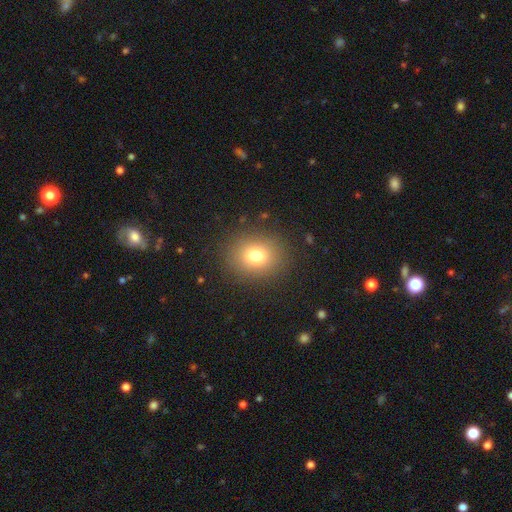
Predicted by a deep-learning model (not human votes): Morphology: type=smooth (77%); roundness=round (71%); merging=none (88%).